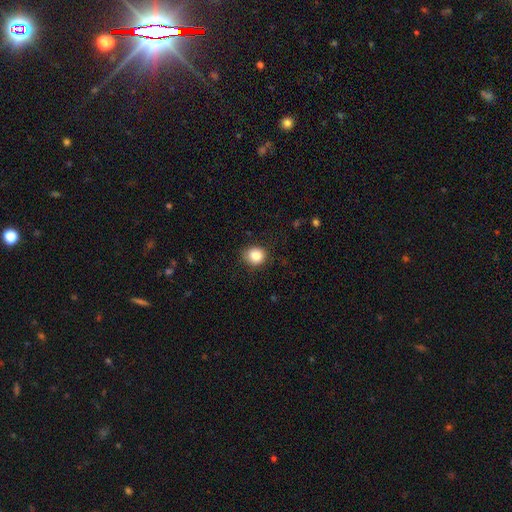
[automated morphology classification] Smooth or featured? smooth (87%)
How rounded? round (76%)
Merging? none (80%)